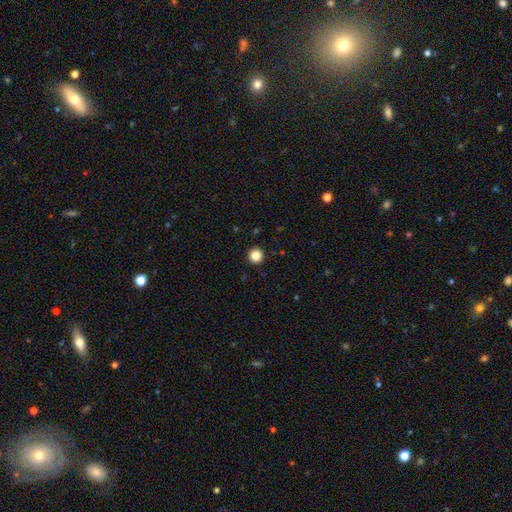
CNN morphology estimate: Overall: smooth (85%). How rounded: round (96%). Merging: none (93%).